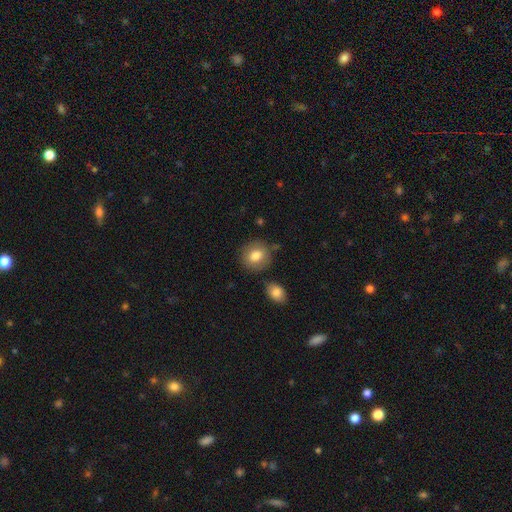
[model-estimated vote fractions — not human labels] Morphology: type=smooth (80%); roundness=round (74%); merging=none (79%).